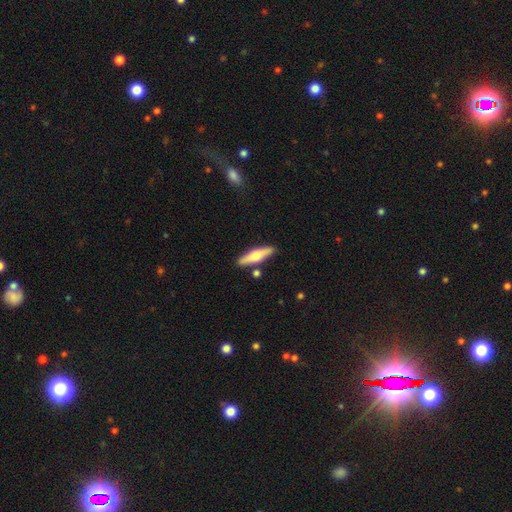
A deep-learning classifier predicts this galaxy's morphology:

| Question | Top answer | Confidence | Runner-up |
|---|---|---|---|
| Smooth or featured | featured or disk | 48% | smooth (46%) |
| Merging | none | 85% | minor disturbance (9%) |